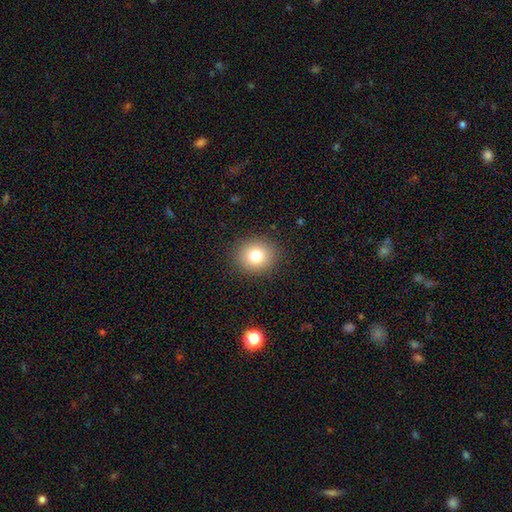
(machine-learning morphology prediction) The model was most divided on "how rounded": round: 80%, in between: 19%, cigar-shaped: 1%. More confident: merging — none (90%); smooth or featured — smooth (79%).